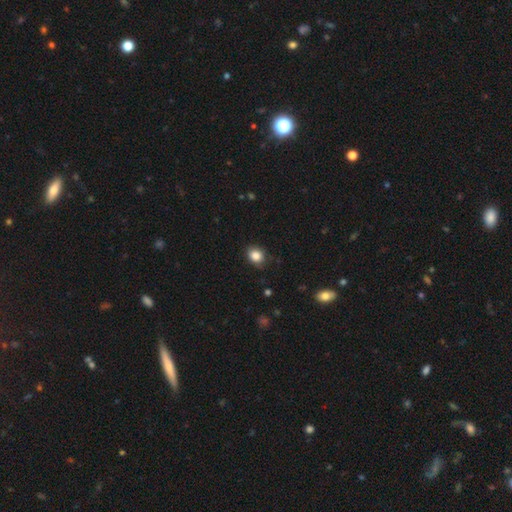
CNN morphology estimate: This is clearly a smooth galaxy (85%). How rounded: possibly round (59%). Merging: clearly none (82%).